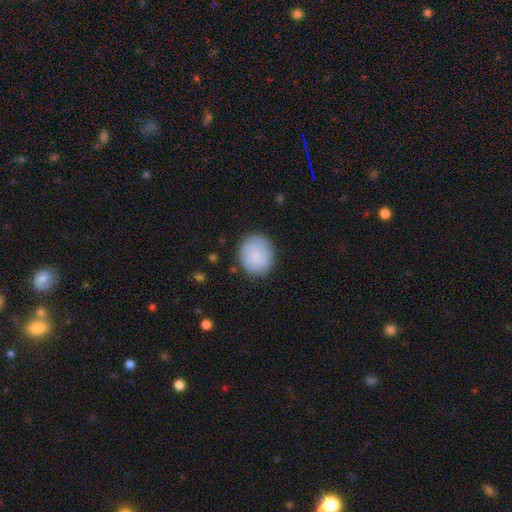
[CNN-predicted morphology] smooth_or_featured: smooth (p=0.65) [alt: featured or disk p=0.29]
how_rounded: round (p=0.77) [alt: in between p=0.22]
merging: none (p=0.83) [alt: minor disturbance p=0.12]